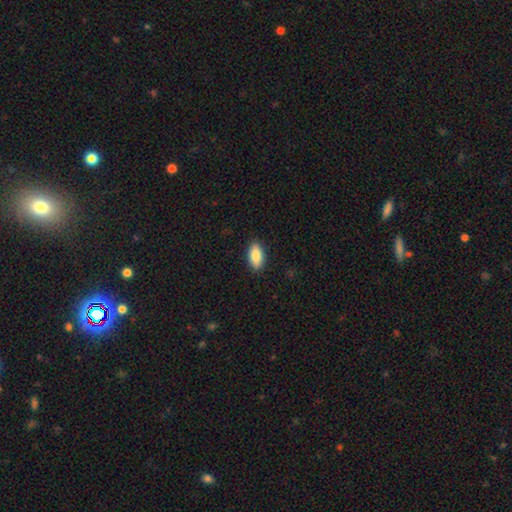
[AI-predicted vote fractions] This appears to be a smooth galaxy with no disk features (87%) that is in between round and cigar-shaped (92%). Merging: none (89%).